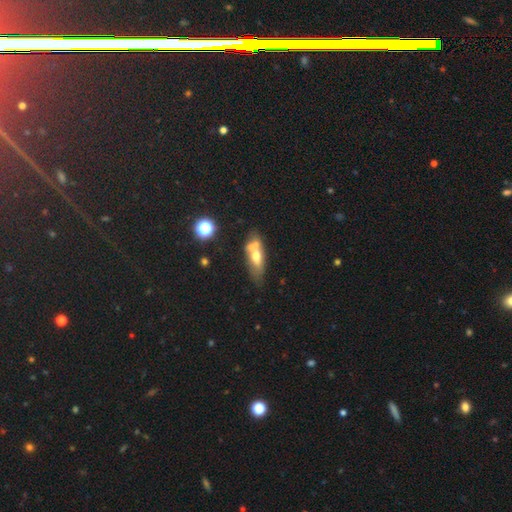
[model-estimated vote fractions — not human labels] smooth_or_featured: smooth (p=0.49) [alt: featured or disk p=0.40]
merging: merger (p=0.38) [alt: none p=0.34]